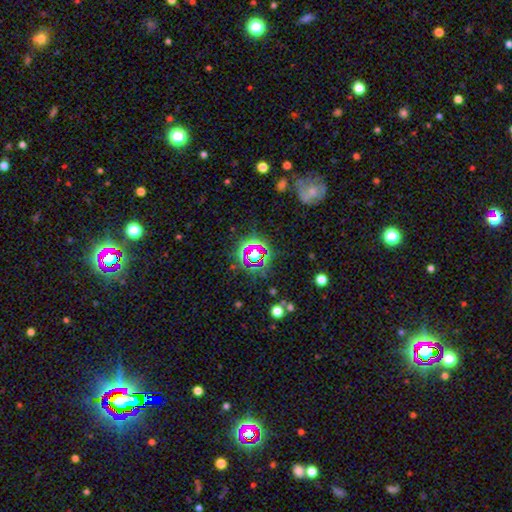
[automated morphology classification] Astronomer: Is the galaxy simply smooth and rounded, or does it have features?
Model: star or artifact — 68%.